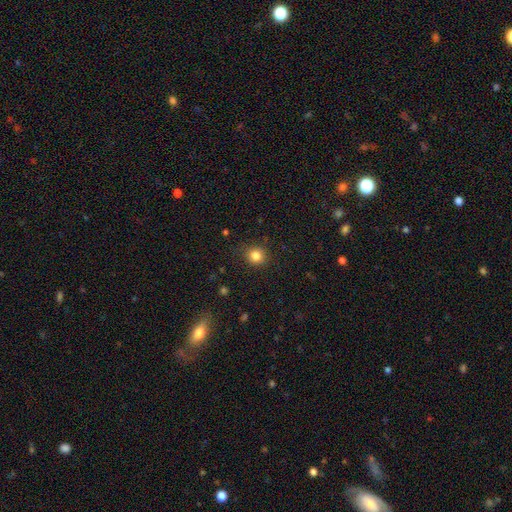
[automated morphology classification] smooth 83%, star or artifact 12%, featured or disk 5%. Down the decision tree: how rounded — round (86%); merging — none (87%).